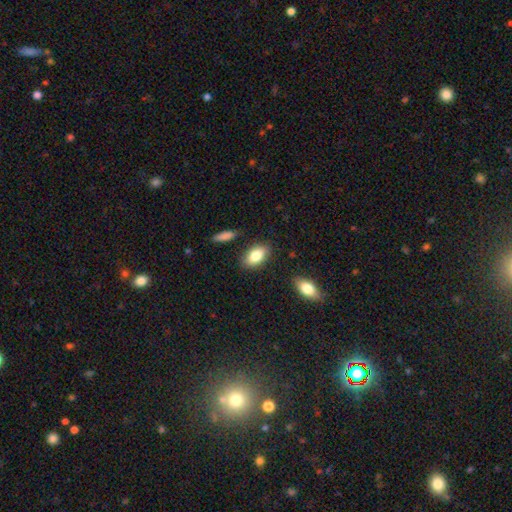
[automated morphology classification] Smooth or featured? smooth (83%)
How rounded? in between (91%)
Merging? none (83%)